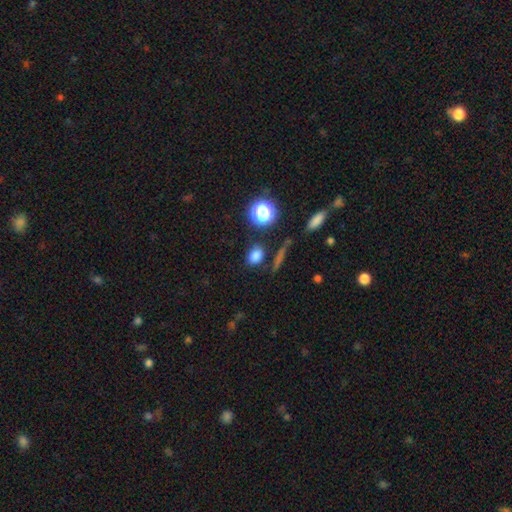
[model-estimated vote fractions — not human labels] This appears to be a smooth galaxy with no disk features (78%) that is in between round and cigar-shaped (59%). Merging: none (79%).